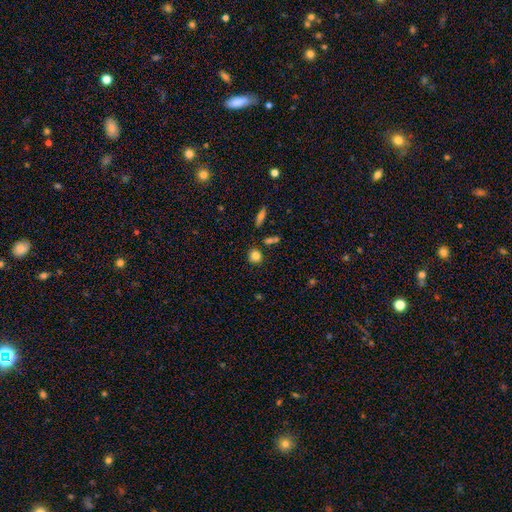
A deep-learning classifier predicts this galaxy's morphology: smooth-or-featured: smooth: 82% | star or artifact: 11% | featured or disk: 7%
  how-rounded: round: 81% | in between: 17% | cigar-shaped: 2%
  merging: none: 78% | minor disturbance: 11% | merger: 8% | major disturbance: 3%